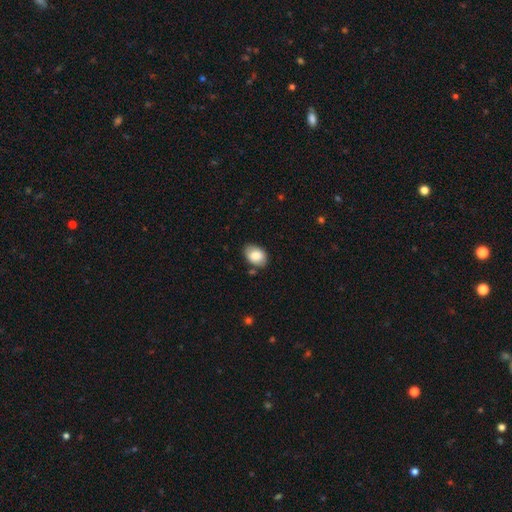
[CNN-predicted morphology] This is clearly a smooth galaxy (83%). How rounded: clearly in between (82%). Merging: likely none (78%).